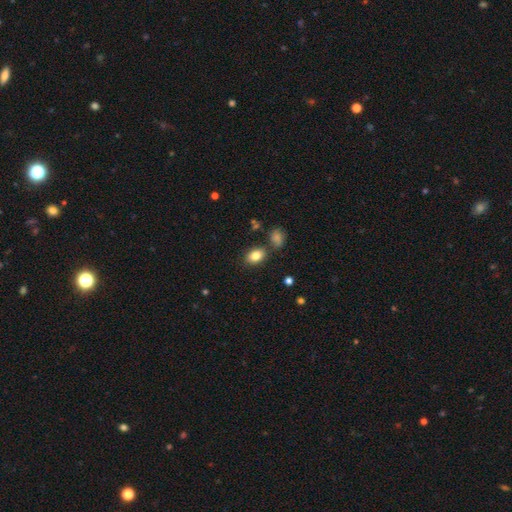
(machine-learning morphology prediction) type=smooth (83%); roundness=in between (80%); merging=none (79%).